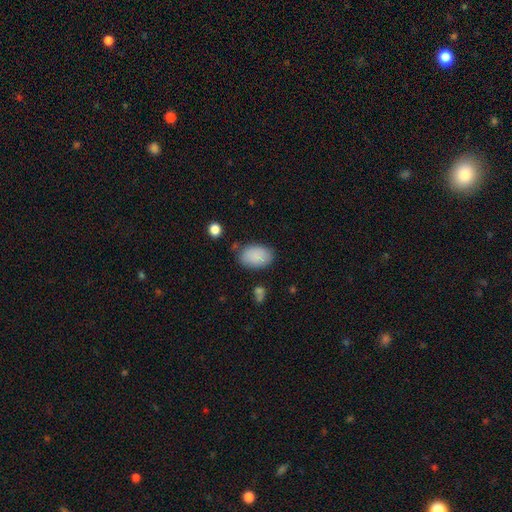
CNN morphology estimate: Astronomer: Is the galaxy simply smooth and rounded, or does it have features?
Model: smooth — 88%.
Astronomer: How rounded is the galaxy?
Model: in between — 90%.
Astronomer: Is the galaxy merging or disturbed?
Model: none — 75%.